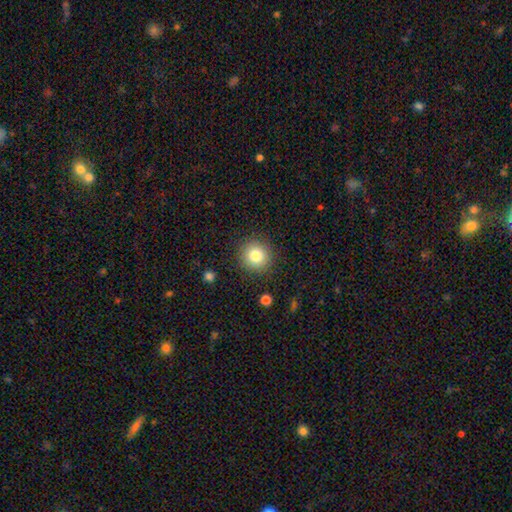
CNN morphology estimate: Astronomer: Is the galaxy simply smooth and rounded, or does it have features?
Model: smooth — 82%.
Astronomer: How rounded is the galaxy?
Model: round — 93%.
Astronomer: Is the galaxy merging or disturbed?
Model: none — 89%.